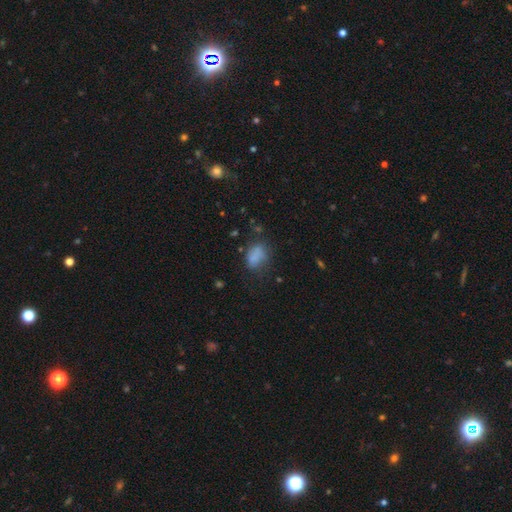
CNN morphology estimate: Smooth or featured?
  - smooth: 77% *
  - star or artifact: 12%
  - featured or disk: 11%
How rounded?
  - in between: 79% *
  - round: 19%
  - cigar-shaped: 2%
Merging?
  - none: 55% *
  - minor disturbance: 26%
  - major disturbance: 14%
  - merger: 5%